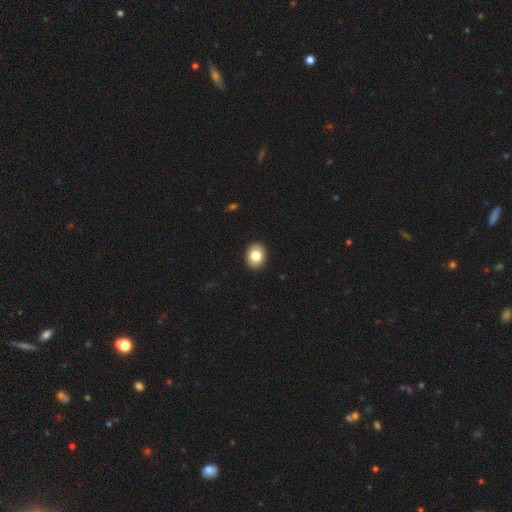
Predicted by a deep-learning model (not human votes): Overall: smooth (82%). How rounded: in between (54%; round 45%). Merging: none (92%).